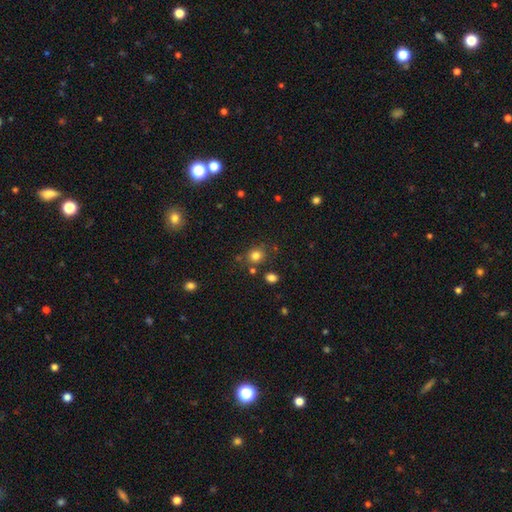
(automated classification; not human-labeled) A smooth galaxy with no disk features (79%) that is round (77%).

Vote fractions:
- Smooth or featured? smooth: 79% / star or artifact: 14% / featured or disk: 6%
- How rounded? round: 77% / in between: 22% / cigar-shaped: 1%
- Merging? none: 76% / minor disturbance: 12% / merger: 8% / major disturbance: 4%